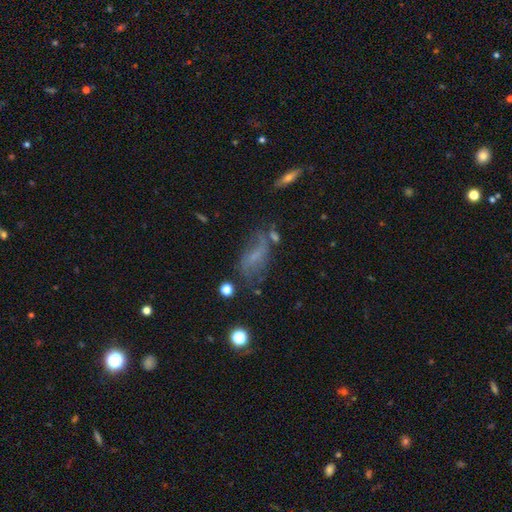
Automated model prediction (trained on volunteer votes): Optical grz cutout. It shows a featured or disk galaxy (42%). Merging: none (48%).